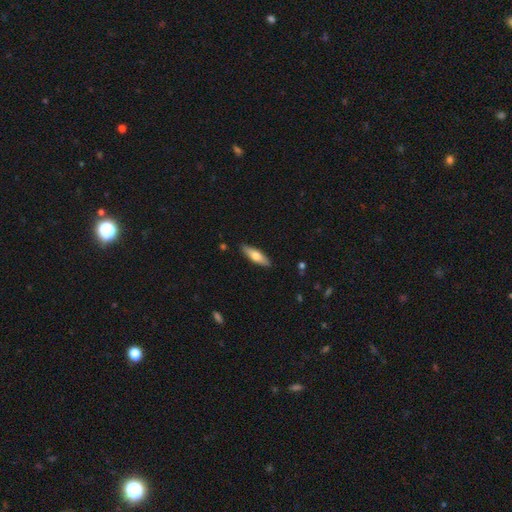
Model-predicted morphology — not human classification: Smooth or featured?
  - smooth: 59% *
  - featured or disk: 35%
  - star or artifact: 5%
How rounded?
  - cigar-shaped: 57% *
  - in between: 41%
  - round: 2%
Merging?
  - none: 89% *
  - minor disturbance: 8%
  - major disturbance: 2%
  - merger: 1%